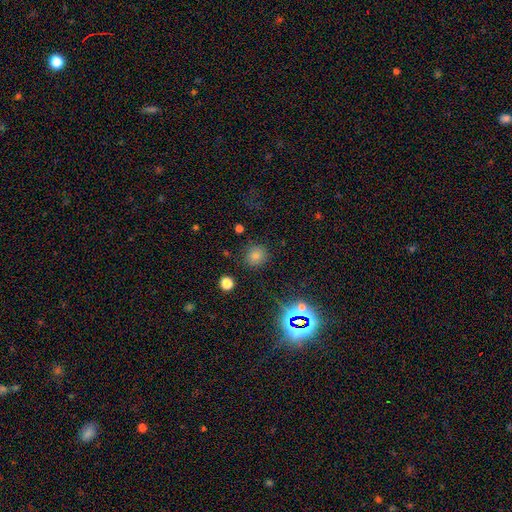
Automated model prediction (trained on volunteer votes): Smooth or featured?
  - smooth: 72% *
  - star or artifact: 20%
  - featured or disk: 7%
How rounded?
  - round: 86% *
  - in between: 13%
  - cigar-shaped: 1%
Merging?
  - none: 84% *
  - minor disturbance: 10%
  - major disturbance: 4%
  - merger: 2%